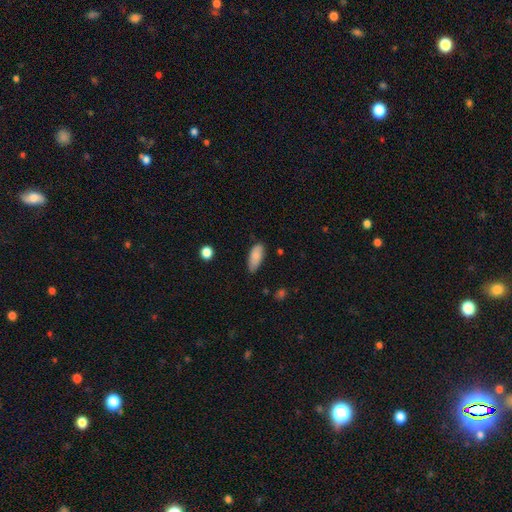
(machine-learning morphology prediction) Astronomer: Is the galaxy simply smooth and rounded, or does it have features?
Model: smooth — 85%.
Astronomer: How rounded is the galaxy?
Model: in between — 84%.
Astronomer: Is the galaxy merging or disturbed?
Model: none — 70%.